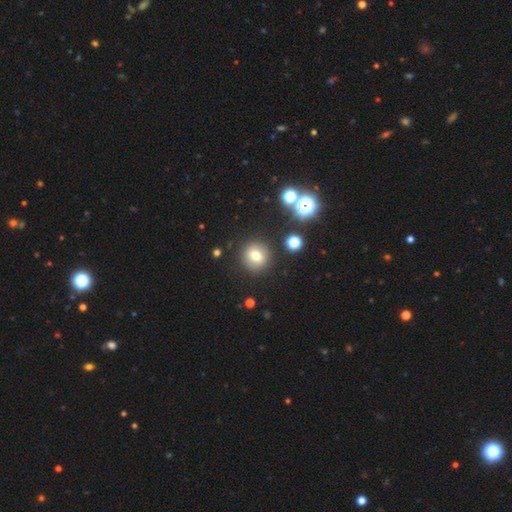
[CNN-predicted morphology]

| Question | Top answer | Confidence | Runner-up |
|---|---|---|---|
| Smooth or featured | smooth | 74% | star or artifact (14%) |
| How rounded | round | 91% | in between (8%) |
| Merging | none | 88% | minor disturbance (7%) |